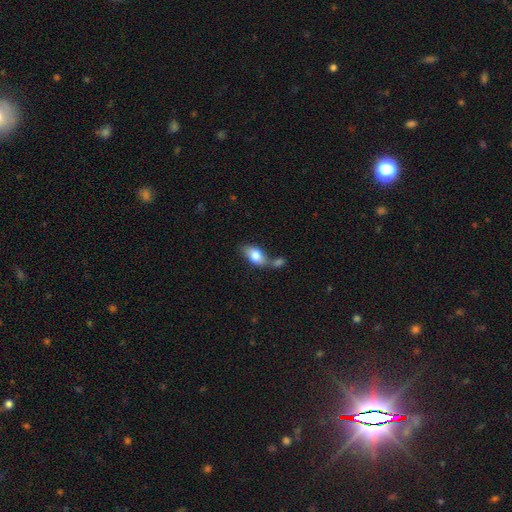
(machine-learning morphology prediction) Smooth or featured: smooth — 77% (featured or disk — 16%)
How rounded: in between — 89% (round — 7%)
Merging: merger — 42% (none — 36%)